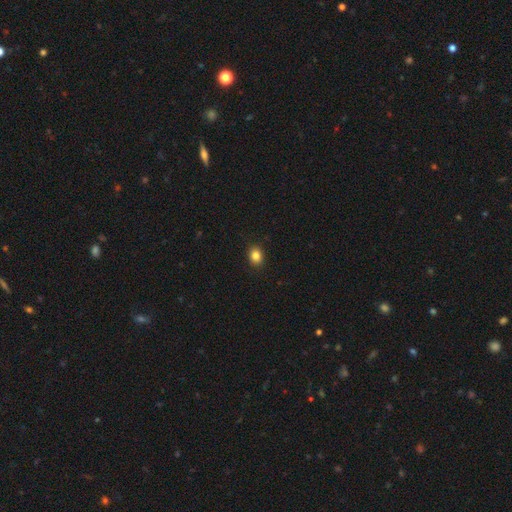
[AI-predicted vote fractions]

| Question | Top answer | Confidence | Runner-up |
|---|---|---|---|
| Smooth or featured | smooth | 84% | star or artifact (11%) |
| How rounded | round | 52% | in between (47%) |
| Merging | none | 90% | minor disturbance (7%) |